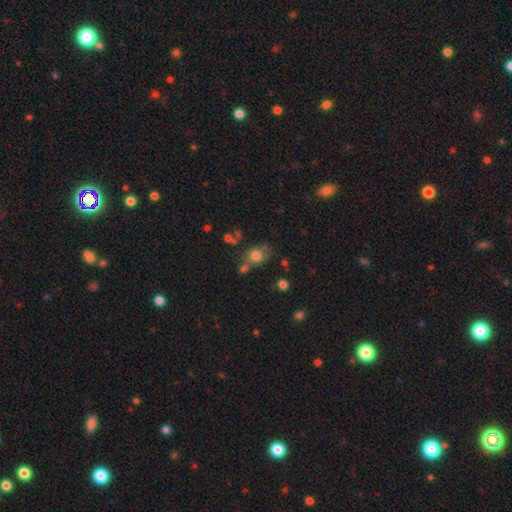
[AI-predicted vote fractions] Smooth or featured? smooth (75%)
How rounded? in between (50%)
Merging? none (51%)